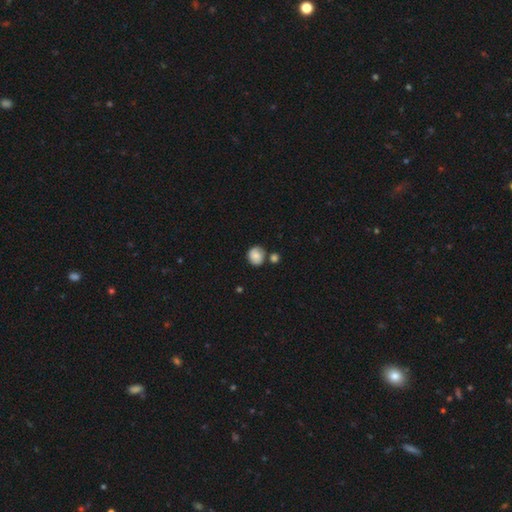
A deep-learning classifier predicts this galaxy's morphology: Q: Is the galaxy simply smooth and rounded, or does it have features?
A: smooth — 80%.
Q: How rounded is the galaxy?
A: round — 78%.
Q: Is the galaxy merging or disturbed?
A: none — 64%.